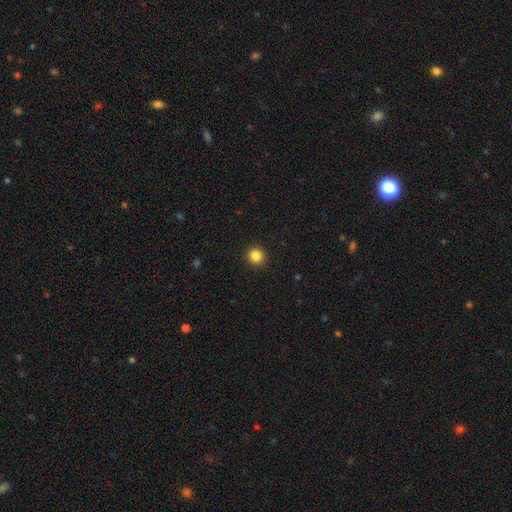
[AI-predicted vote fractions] smooth_or_featured: smooth (p=0.86) [alt: star or artifact p=0.11]
how_rounded: round (p=0.92) [alt: in between p=0.07]
merging: none (p=0.92) [alt: minor disturbance p=0.05]